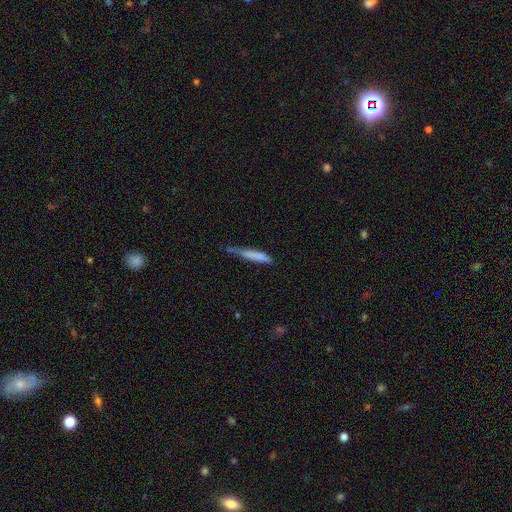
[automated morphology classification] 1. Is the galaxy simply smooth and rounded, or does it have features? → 73% smooth, 20% featured or disk, 7% star or artifact.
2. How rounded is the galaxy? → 92% cigar-shaped, 7% in between, 1% round.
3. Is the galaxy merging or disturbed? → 50% none, 32% minor disturbance, 9% major disturbance, 9% merger.